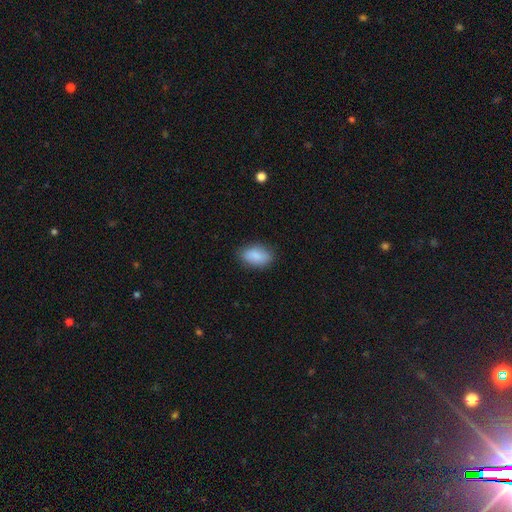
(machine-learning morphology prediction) Smooth or featured?
  - smooth: 87% *
  - star or artifact: 7%
  - featured or disk: 7%
How rounded?
  - in between: 91% *
  - round: 6%
  - cigar-shaped: 3%
Merging?
  - none: 83% *
  - minor disturbance: 13%
  - major disturbance: 3%
  - merger: 1%